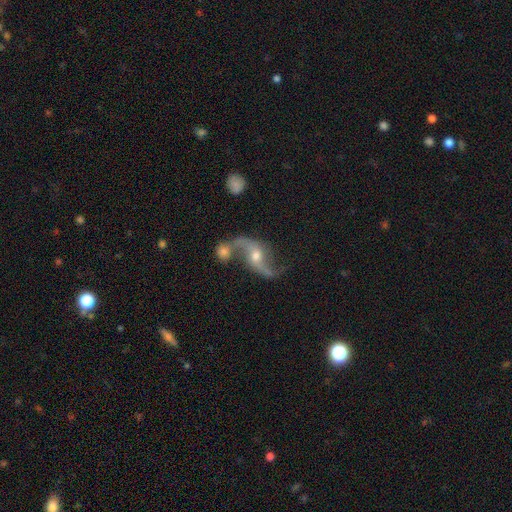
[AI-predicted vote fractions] Q: Smooth or featured?
A: featured or disk (87%); runner-up: star or artifact (6%)
Q: Edge-on disk?
A: no (95%); runner-up: yes (5%)
Q: Bar?
A: no (51%); runner-up: weak (33%)
Q: Spiral arms?
A: yes (95%); runner-up: no (5%)
Q: Spiral winding?
A: loose (81%); runner-up: medium (14%)
Q: Spiral arm count?
A: 2 (93%); runner-up: 1 (2%)
Q: Bulge size?
A: moderate (62%); runner-up: small (31%)
Q: Merging?
A: none (48%); runner-up: merger (30%)